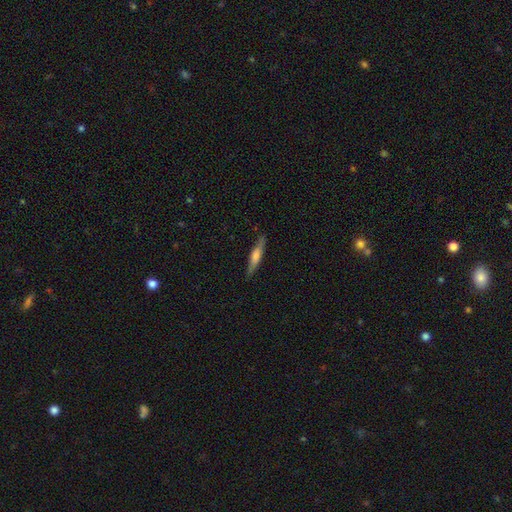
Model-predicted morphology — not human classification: This is possibly a smooth galaxy (54%). How rounded: clearly cigar-shaped (87%). Merging: clearly none (86%).